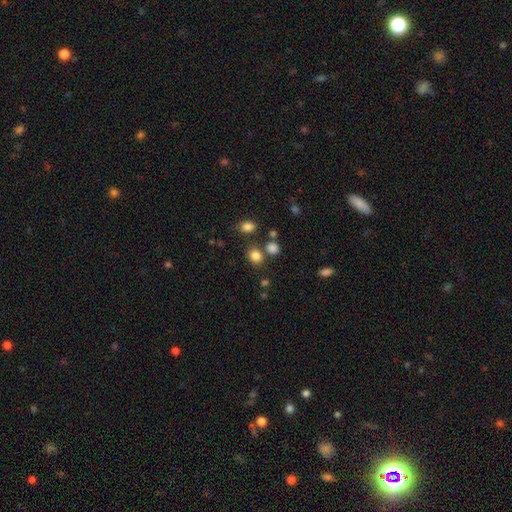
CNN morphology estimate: smooth_or_featured: smooth (p=0.82) [alt: star or artifact p=0.13]
how_rounded: round (p=0.64) [alt: in between p=0.35]
merging: none (p=0.71) [alt: merger p=0.15]